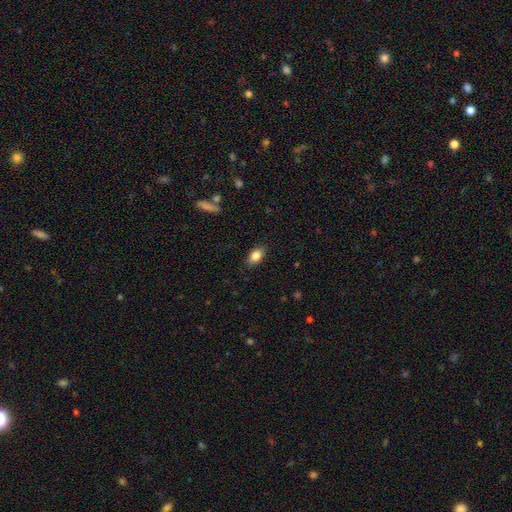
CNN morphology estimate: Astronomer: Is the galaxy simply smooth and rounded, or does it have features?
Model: smooth — 84%.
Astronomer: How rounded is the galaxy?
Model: in between — 88%.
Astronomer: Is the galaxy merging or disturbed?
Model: none — 86%.